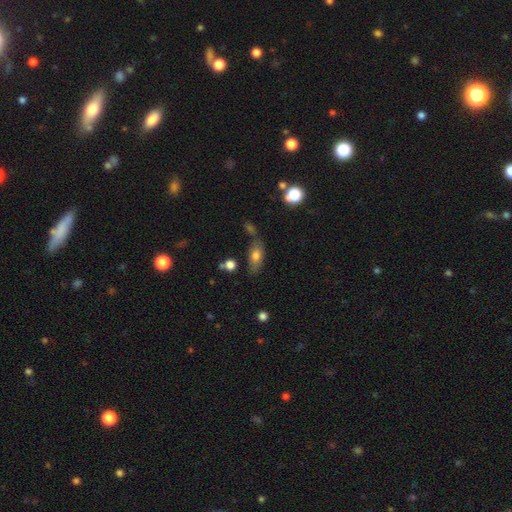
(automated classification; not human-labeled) Smooth or featured?
  - smooth: 71% *
  - featured or disk: 20%
  - star or artifact: 9%
How rounded?
  - in between: 80% *
  - cigar-shaped: 15%
  - round: 5%
Merging?
  - none: 64% *
  - minor disturbance: 19%
  - merger: 11%
  - major disturbance: 6%